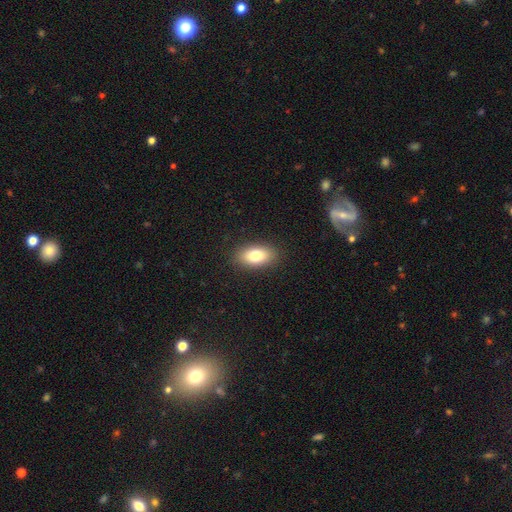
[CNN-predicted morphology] Smooth or featured: smooth — 80% (featured or disk — 12%)
How rounded: in between — 90% (round — 6%)
Merging: none — 88% (minor disturbance — 8%)